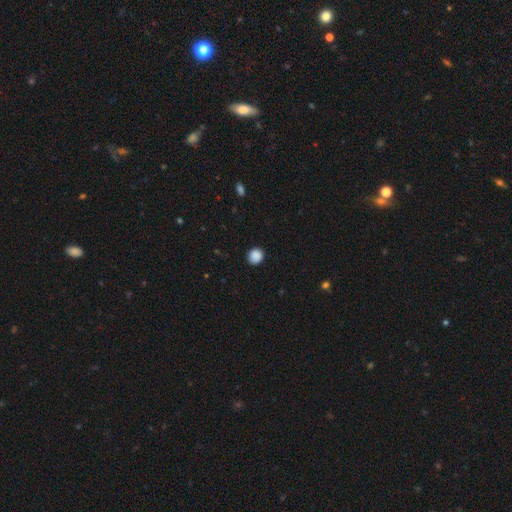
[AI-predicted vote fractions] Smooth or featured? smooth (88%)
How rounded? round (86%)
Merging? none (89%)